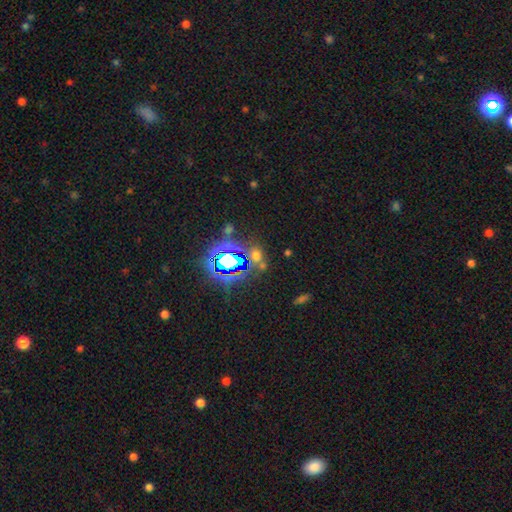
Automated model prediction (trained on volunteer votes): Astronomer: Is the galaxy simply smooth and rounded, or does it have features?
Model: star or artifact — 58% (runner-up: smooth, 34%).